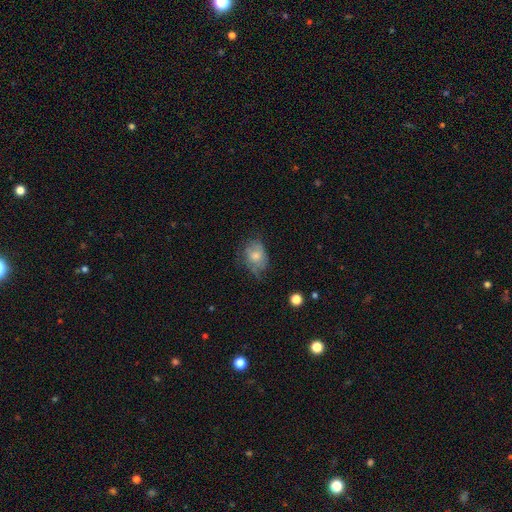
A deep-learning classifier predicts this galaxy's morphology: Overall: smooth (65%; featured or disk 26%). How rounded: in between (66%; round 33%). Merging: none (46%; minor disturbance 33%).